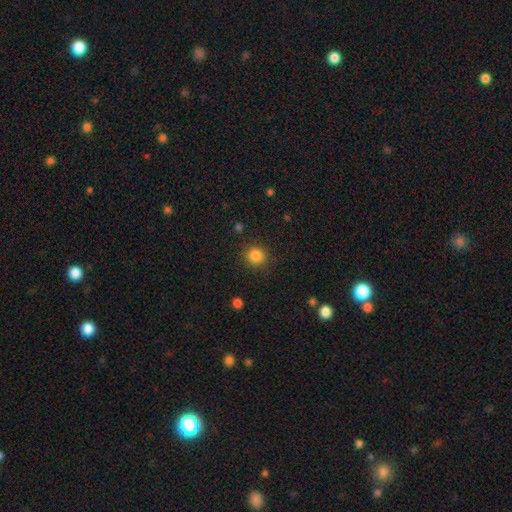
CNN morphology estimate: type=smooth (84%); roundness=round (91%); merging=none (89%).